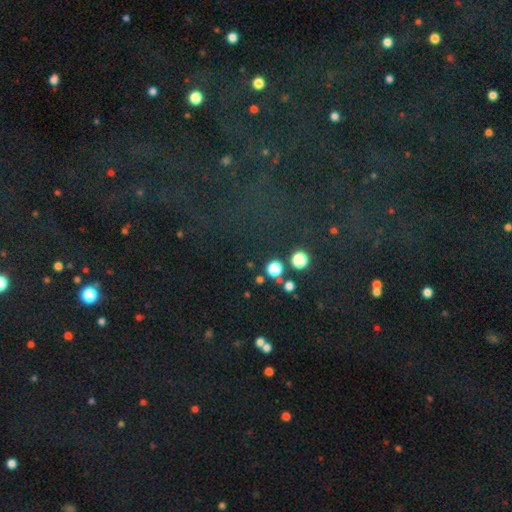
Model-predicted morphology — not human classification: smooth-or-featured: star or artifact: 82% | smooth: 10% | featured or disk: 7%